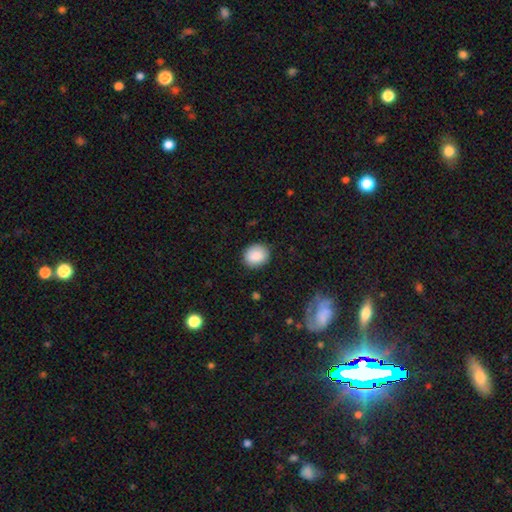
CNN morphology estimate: type=smooth (89%); roundness=round (72%); merging=none (88%).